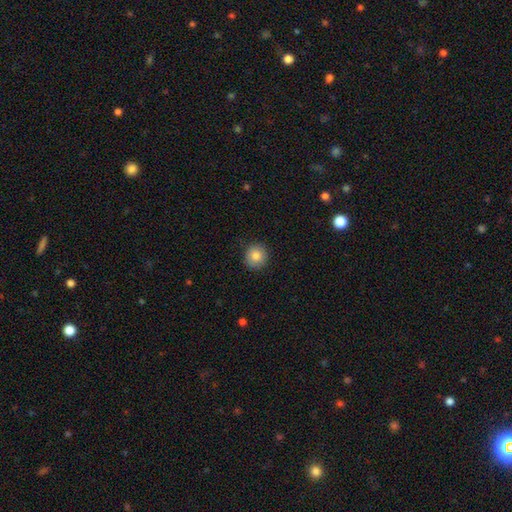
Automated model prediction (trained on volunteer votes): Smooth or featured?
  - smooth: 84% *
  - star or artifact: 9%
  - featured or disk: 7%
How rounded?
  - round: 93% *
  - in between: 6%
  - cigar-shaped: 1%
Merging?
  - none: 90% *
  - minor disturbance: 7%
  - major disturbance: 2%
  - merger: 1%